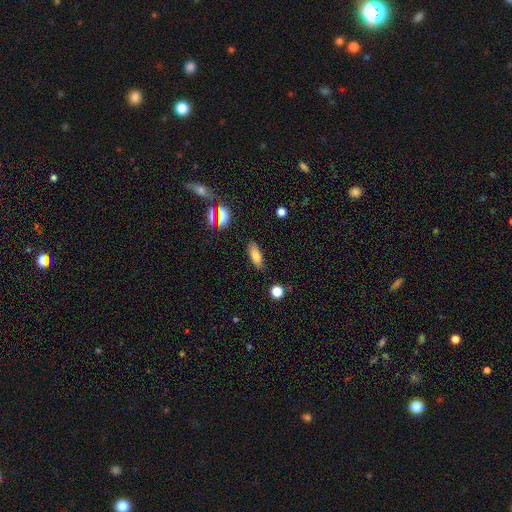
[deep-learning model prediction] A smooth galaxy with no disk features (77%) that is in between round and cigar-shaped (68%). Merging: none (85%).